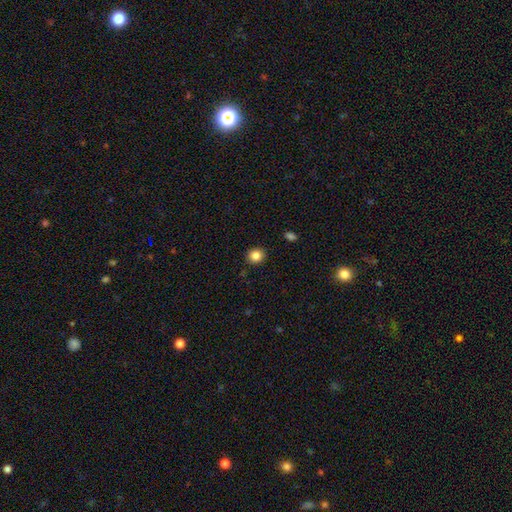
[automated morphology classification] smooth 85%, star or artifact 10%, featured or disk 5%. Down the decision tree: how rounded — round (79%); merging — none (90%).